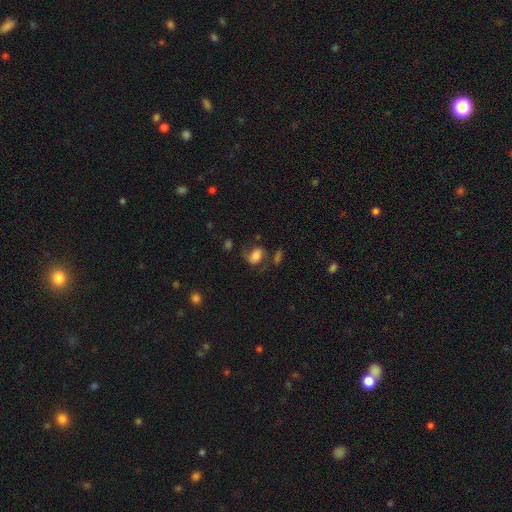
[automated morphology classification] Smooth or featured? smooth (50%)
Merging? none (49%)